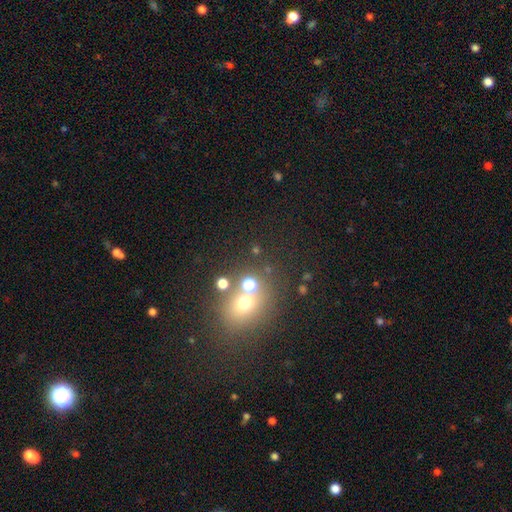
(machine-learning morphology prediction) Smooth or featured?
  - smooth: 44% *
  - star or artifact: 41%
  - featured or disk: 15%
Merging?
  - none: 57% *
  - merger: 28%
  - minor disturbance: 9%
  - major disturbance: 5%